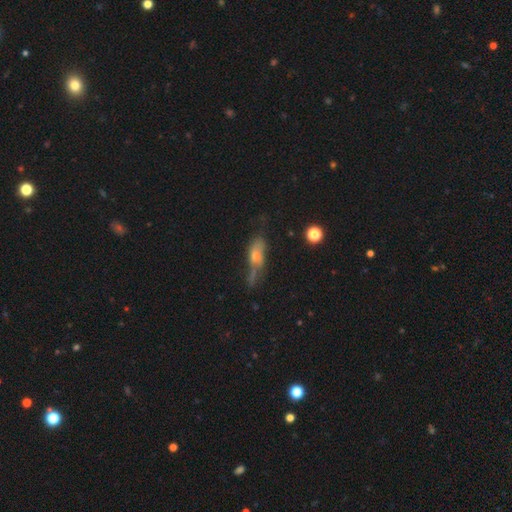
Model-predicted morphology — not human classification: Overall: smooth (44%; featured or disk 42%). Merging: none (37%; minor disturbance 28%).